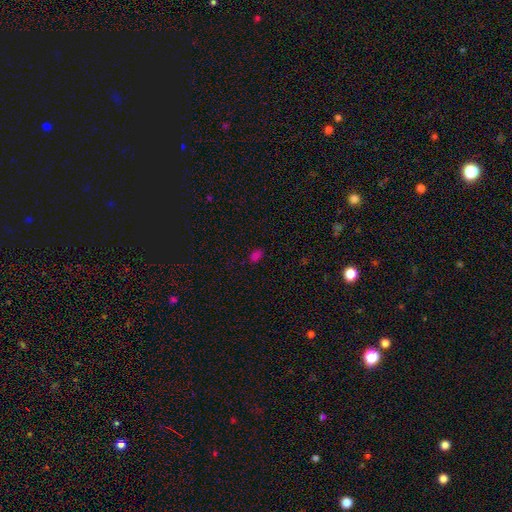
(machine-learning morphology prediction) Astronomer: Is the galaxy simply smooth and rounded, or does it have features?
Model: smooth — 73%.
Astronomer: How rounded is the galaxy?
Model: in between — 87%.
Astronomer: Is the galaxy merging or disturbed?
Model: none — 81%.